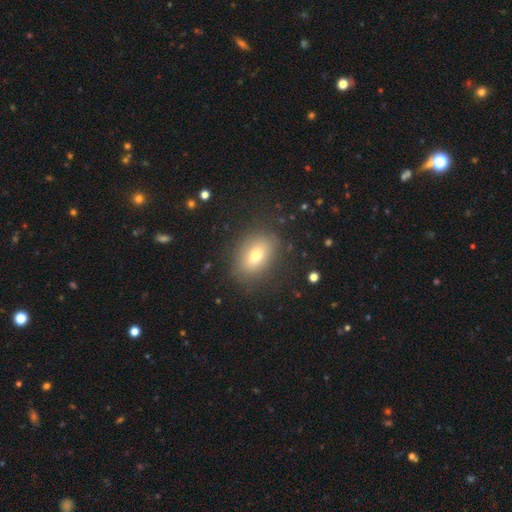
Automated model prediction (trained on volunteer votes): Smooth or featured? smooth (72%)
How rounded? in between (77%)
Merging? none (83%)